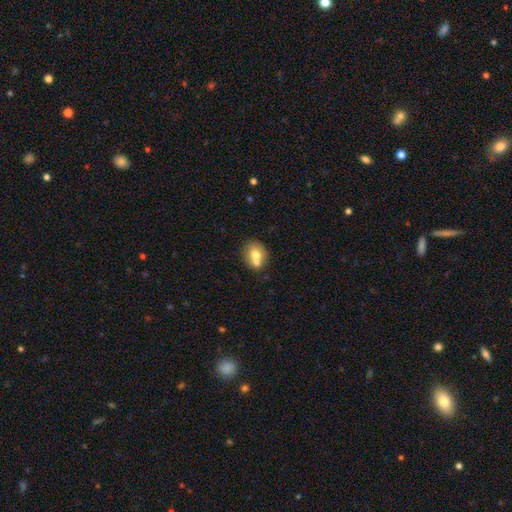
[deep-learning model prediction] Overall: smooth (67%). How rounded: in between (49%, tied with round). Merging: none (44%; merger 39%).